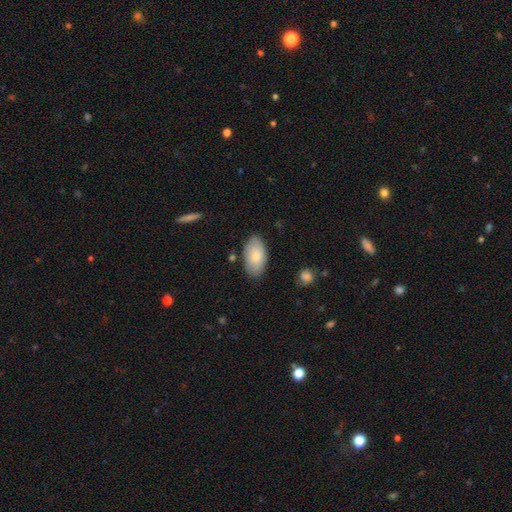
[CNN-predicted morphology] A smooth galaxy with no disk features (80%) that is in between round and cigar-shaped (95%).

Vote fractions:
- Smooth or featured? smooth: 80% / featured or disk: 14% / star or artifact: 6%
- How rounded? in between: 95% / round: 3% / cigar-shaped: 2%
- Merging? none: 81% / minor disturbance: 14% / major disturbance: 3% / merger: 2%